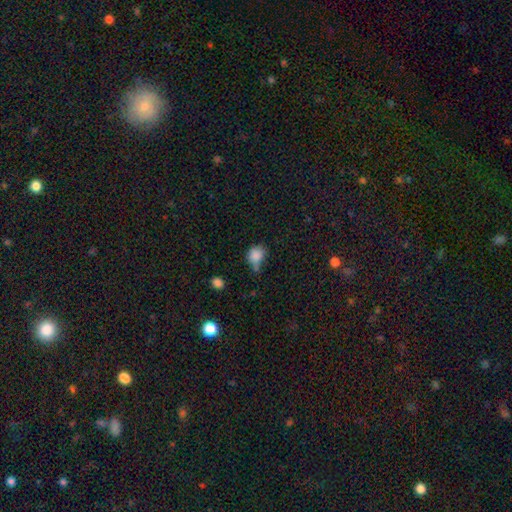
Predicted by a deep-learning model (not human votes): smooth-or-featured: smooth: 83% | star or artifact: 10% | featured or disk: 7%
  how-rounded: round: 67% | in between: 32% | cigar-shaped: 1%
  merging: none: 42% | minor disturbance: 32% | merger: 15% | major disturbance: 11%